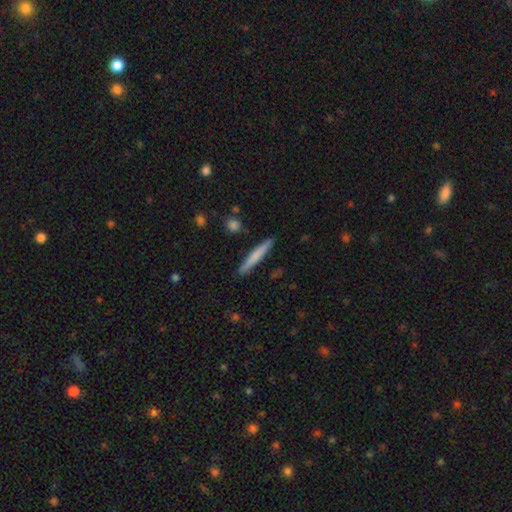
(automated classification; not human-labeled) Smooth or featured: smooth — 68% (featured or disk — 26%)
How rounded: cigar-shaped — 96% (in between — 3%)
Merging: none — 90% (minor disturbance — 7%)